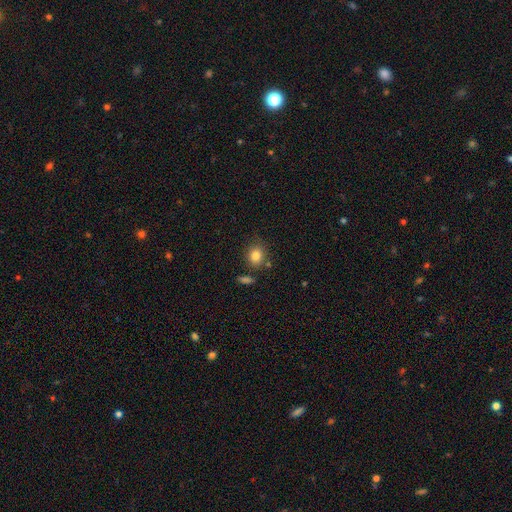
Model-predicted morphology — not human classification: A smooth galaxy with no disk features (84%) that is round (69%).

Vote fractions:
- Smooth or featured? smooth: 84% / star or artifact: 10% / featured or disk: 6%
- How rounded? round: 69% / in between: 30% / cigar-shaped: 1%
- Merging? none: 76% / minor disturbance: 13% / merger: 7% / major disturbance: 4%